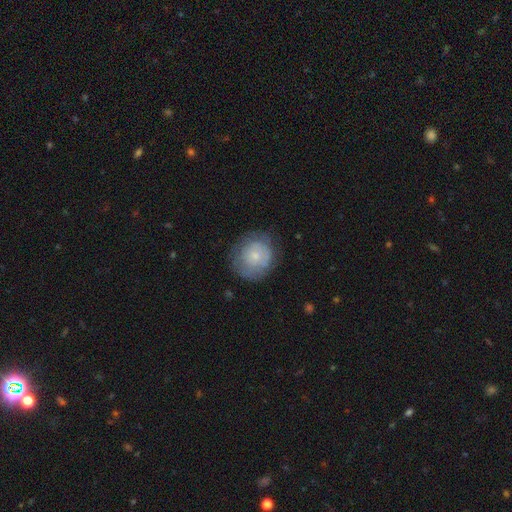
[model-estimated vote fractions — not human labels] This appears to be a smooth galaxy with no disk features (62%) that is round (82%). Merging: none (67%).